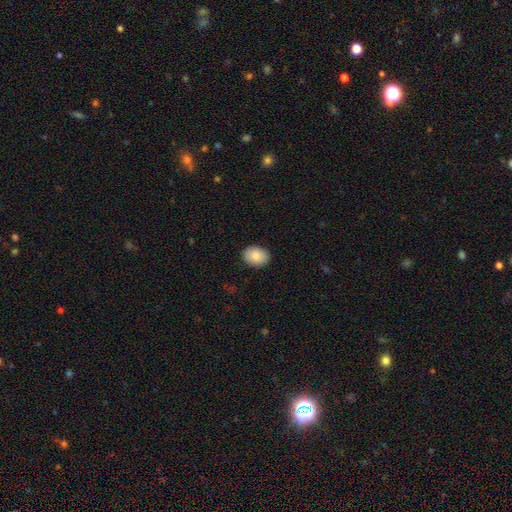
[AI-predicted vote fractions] smooth-or-featured: smooth: 88% | star or artifact: 7% | featured or disk: 6%
  how-rounded: in between: 69% | round: 30% | cigar-shaped: 1%
  merging: none: 89% | minor disturbance: 8% | major disturbance: 2% | merger: 1%